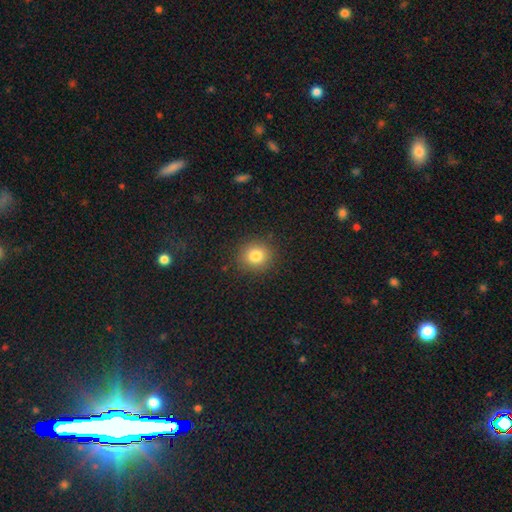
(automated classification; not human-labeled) smooth 81%, star or artifact 12%, featured or disk 7%. Down the decision tree: how rounded — round (85%); merging — none (88%).